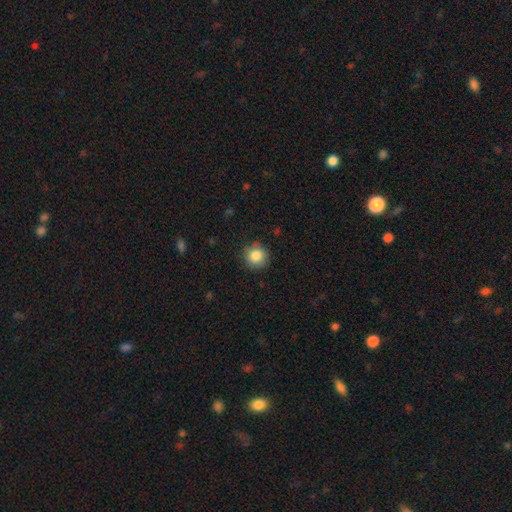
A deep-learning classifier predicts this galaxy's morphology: The model was most divided on "merging": none: 85%, minor disturbance: 11%, major disturbance: 3%, merger: 1%. More confident: how rounded — round (92%); smooth or featured — smooth (86%).